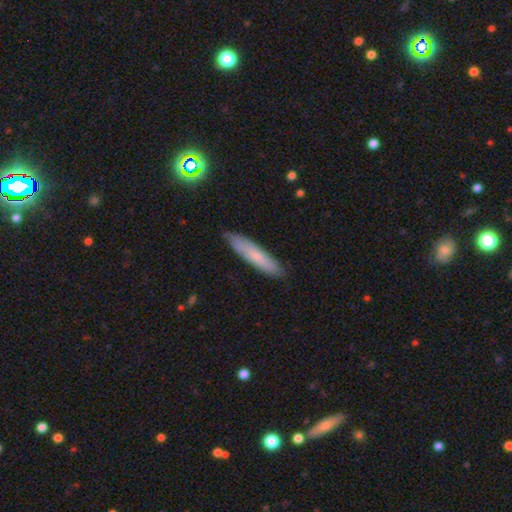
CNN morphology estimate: smooth-or-featured: smooth: 67% | featured or disk: 26% | star or artifact: 7%
  how-rounded: cigar-shaped: 86% | in between: 13% | round: 1%
  merging: none: 83% | minor disturbance: 13% | major disturbance: 2% | merger: 1%